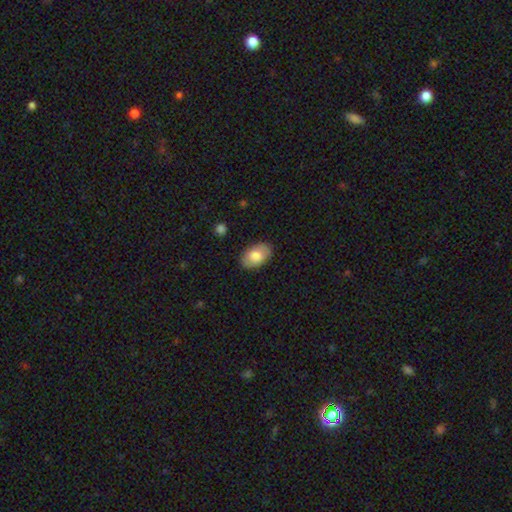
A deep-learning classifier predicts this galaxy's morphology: Smooth or featured? smooth (79%)
How rounded? in between (92%)
Merging? none (86%)